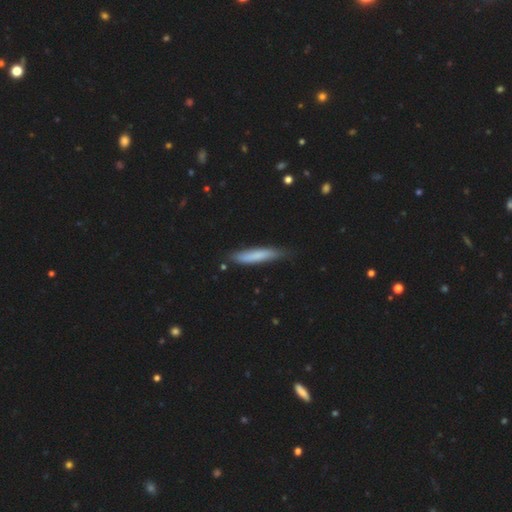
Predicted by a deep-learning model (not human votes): smooth-or-featured: smooth: 74% | featured or disk: 20% | star or artifact: 6%
  how-rounded: cigar-shaped: 88% | in between: 10% | round: 1%
  merging: none: 77% | minor disturbance: 18% | major disturbance: 3% | merger: 2%